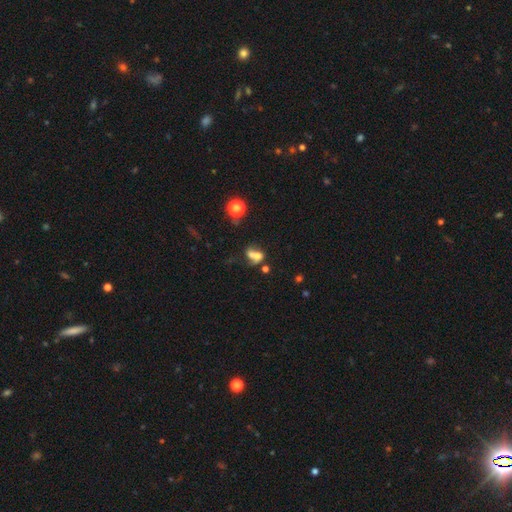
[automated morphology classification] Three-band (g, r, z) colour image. It shows a smooth galaxy with no disk features (58%) that is in between round and cigar-shaped (51%). Merging: merger (60%).